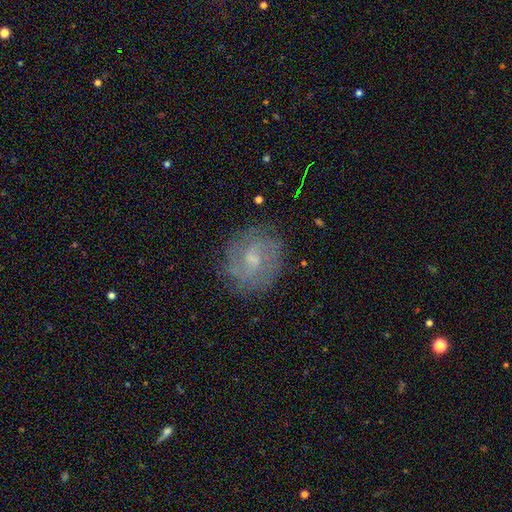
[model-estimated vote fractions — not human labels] Smooth or featured: featured or disk — 64% (smooth — 19%)
Edge-on disk: no — 97% (yes — 3%)
Bar: weak — 51% (no — 38%)
Spiral arms: yes — 91% (no — 9%)
Spiral winding: tight — 53% (medium — 35%)
Spiral arm count: 2 — 37% (can't tell — 33%)
Bulge size: small — 53% (moderate — 38%)
Merging: none — 83% (minor disturbance — 11%)